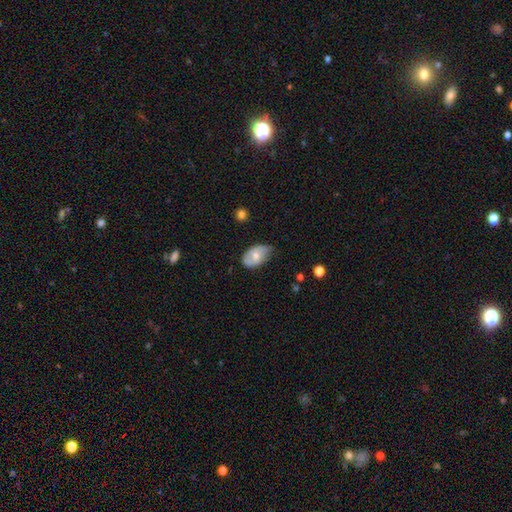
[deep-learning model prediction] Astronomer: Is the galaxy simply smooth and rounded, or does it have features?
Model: smooth — 60%.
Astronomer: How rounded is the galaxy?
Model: in between — 92%.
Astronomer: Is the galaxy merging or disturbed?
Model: none — 55% (runner-up: minor disturbance, 37%).